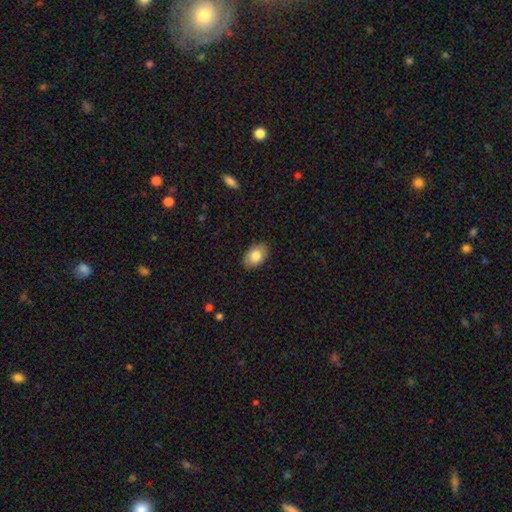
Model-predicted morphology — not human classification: Smooth or featured? smooth (82%)
How rounded? in between (87%)
Merging? none (88%)